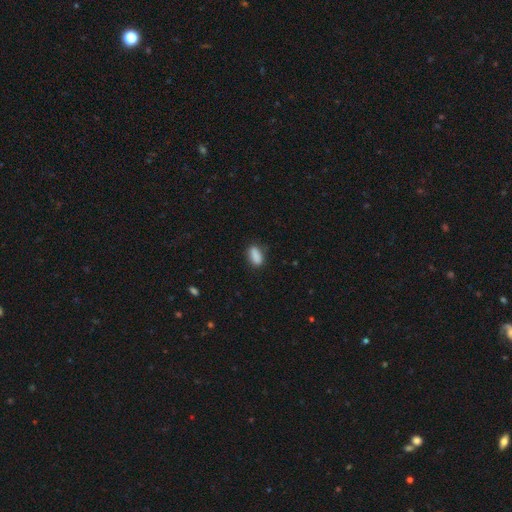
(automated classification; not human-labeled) A smooth galaxy with no disk features (88%) that is in between round and cigar-shaped (86%). Merging: none (79%).